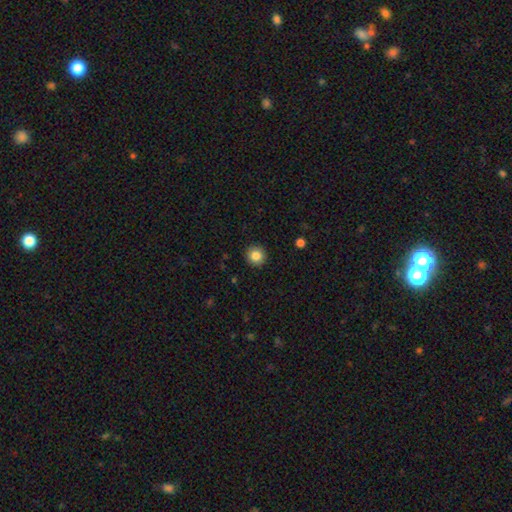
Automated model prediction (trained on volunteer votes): Smooth or featured? Predicted: smooth (p=0.84). How rounded? Predicted: round (p=0.94). Merging? Predicted: none (p=0.92).